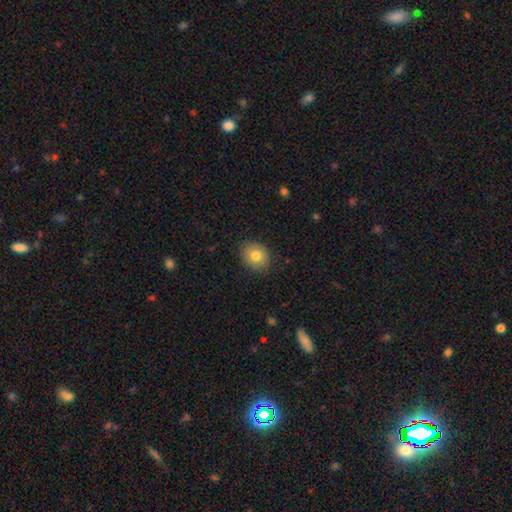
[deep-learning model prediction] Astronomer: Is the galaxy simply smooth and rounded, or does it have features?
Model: smooth — 79%.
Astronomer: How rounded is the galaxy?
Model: round — 64%.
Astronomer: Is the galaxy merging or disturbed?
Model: none — 86%.